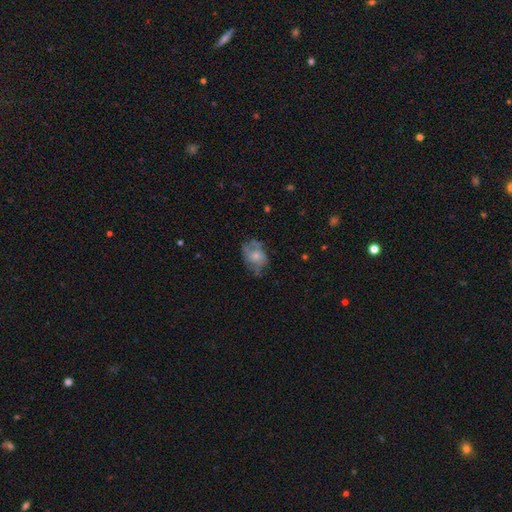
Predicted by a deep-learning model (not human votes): A featured or disk galaxy (48%).

Vote fractions:
- Smooth or featured? featured or disk: 48% / smooth: 43% / star or artifact: 9%
- Merging? none: 48% / minor disturbance: 29% / major disturbance: 21% / merger: 2%